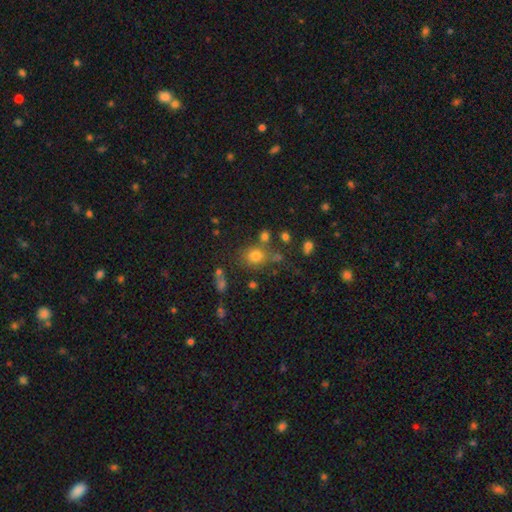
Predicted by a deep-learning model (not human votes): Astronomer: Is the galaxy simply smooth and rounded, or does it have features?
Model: smooth — 74%.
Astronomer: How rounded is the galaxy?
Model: round — 77%.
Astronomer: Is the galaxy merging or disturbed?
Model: none — 68%.